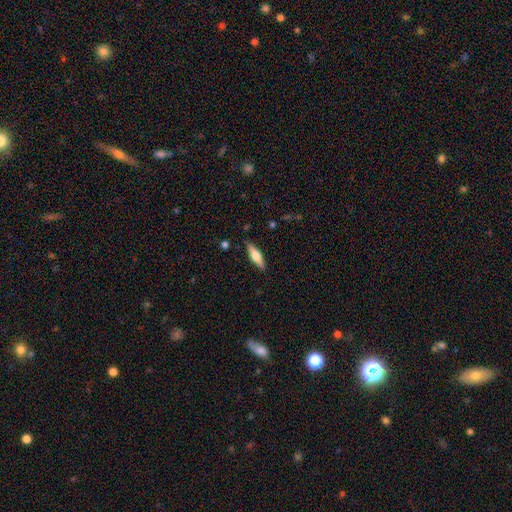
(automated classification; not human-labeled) Morphology: type=smooth (47%, tied with featured or disk); merging=none (87%).